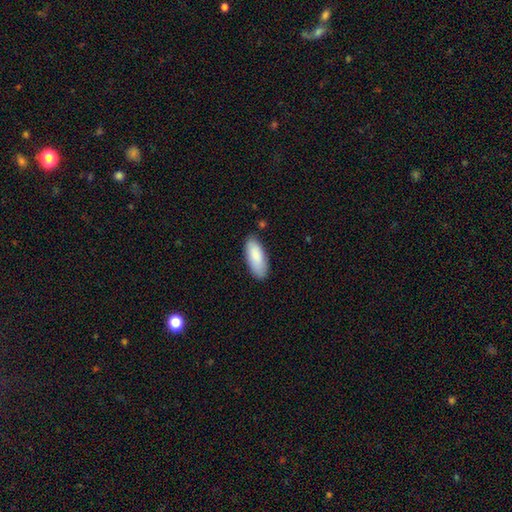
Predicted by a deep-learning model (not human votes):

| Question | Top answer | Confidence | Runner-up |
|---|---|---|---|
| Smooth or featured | smooth | 87% | featured or disk (8%) |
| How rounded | in between | 82% | cigar-shaped (16%) |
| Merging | none | 82% | minor disturbance (14%) |